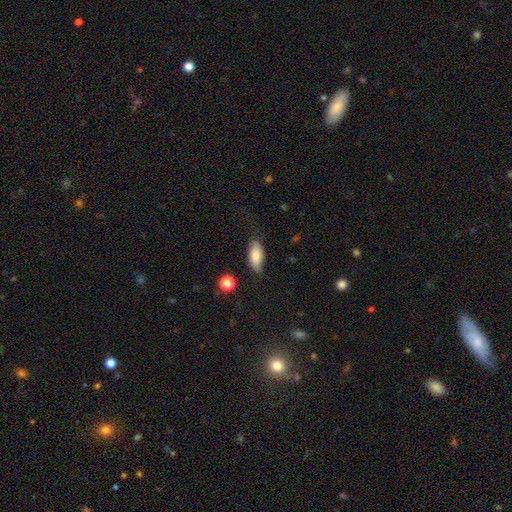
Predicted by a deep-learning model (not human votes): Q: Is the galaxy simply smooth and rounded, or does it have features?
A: smooth — 82%.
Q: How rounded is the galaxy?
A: in between — 85%.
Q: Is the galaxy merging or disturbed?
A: none — 71%.